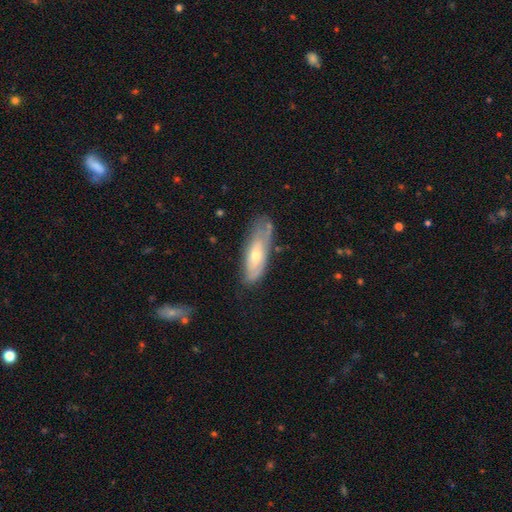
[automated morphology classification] Q: Smooth or featured?
A: smooth (48%); runner-up: featured or disk (46%)
Q: Merging?
A: none (54%); runner-up: minor disturbance (30%)